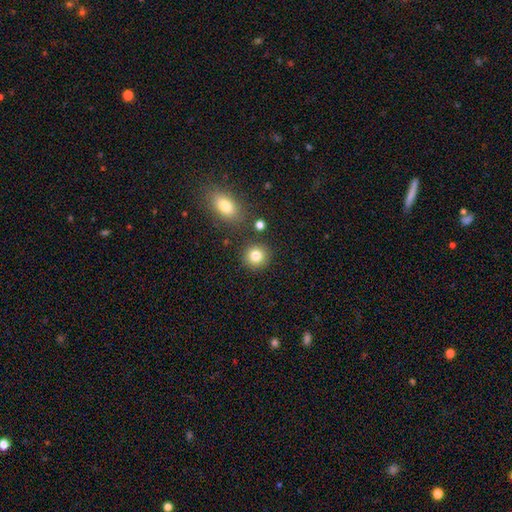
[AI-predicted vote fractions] A smooth galaxy with no disk features (83%) that is round (89%).

Vote fractions:
- Smooth or featured? smooth: 83% / star or artifact: 10% / featured or disk: 7%
- How rounded? round: 89% / in between: 10% / cigar-shaped: 1%
- Merging? none: 85% / minor disturbance: 8% / merger: 5% / major disturbance: 3%